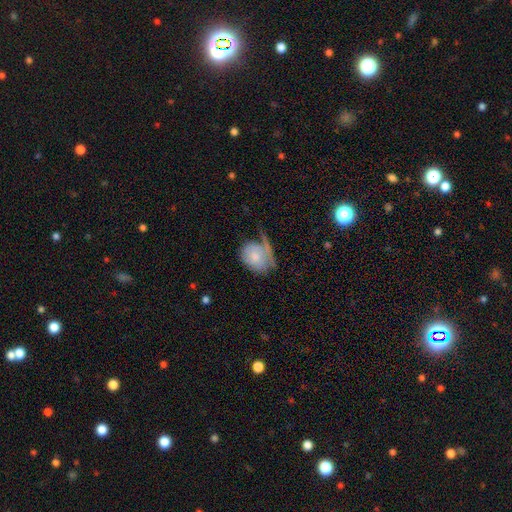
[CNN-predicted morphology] A smooth galaxy with no disk features (61%) that is in between round and cigar-shaped (50%). Merging: major disturbance (32%, tied with none).